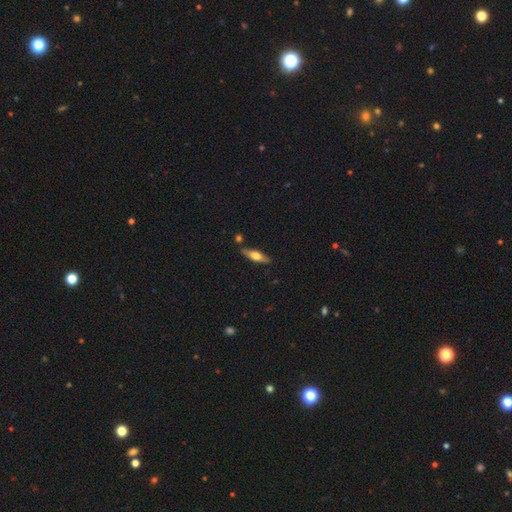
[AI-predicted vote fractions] Overall: featured or disk (47%, tied with smooth). Merging: none (84%).